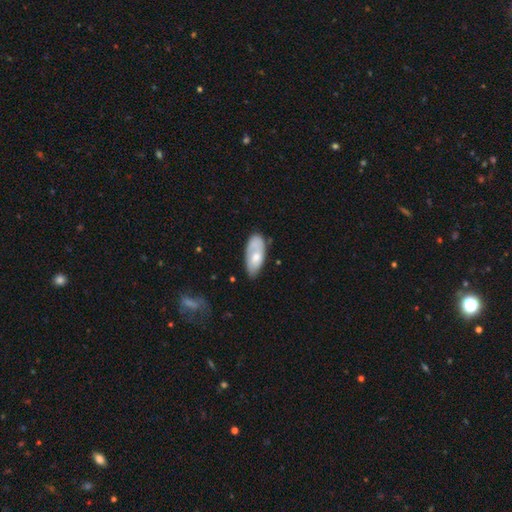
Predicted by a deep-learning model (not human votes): smooth-or-featured: smooth: 60% | featured or disk: 34% | star or artifact: 6%
  how-rounded: in between: 88% | cigar-shaped: 9% | round: 2%
  merging: none: 58% | minor disturbance: 29% | major disturbance: 9% | merger: 4%